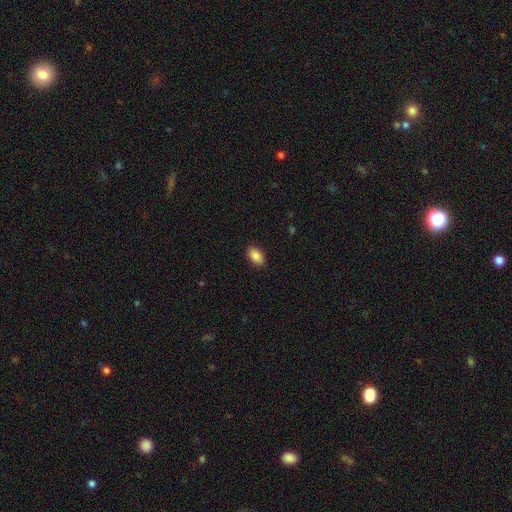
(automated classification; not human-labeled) This is clearly a smooth galaxy (87%). How rounded: clearly in between (91%). Merging: clearly none (89%).